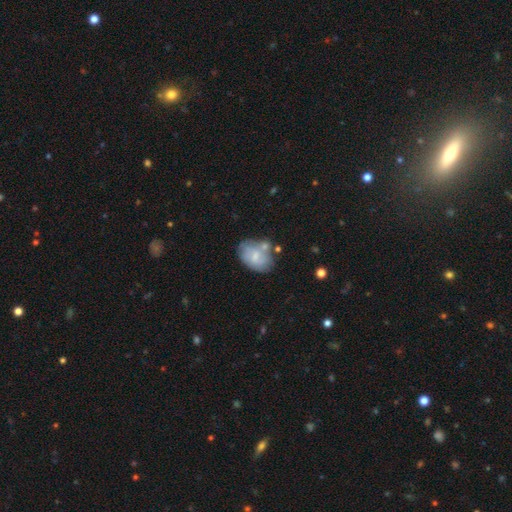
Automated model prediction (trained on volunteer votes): Smooth or featured? smooth (63%)
How rounded? in between (77%)
Merging? none (48%)